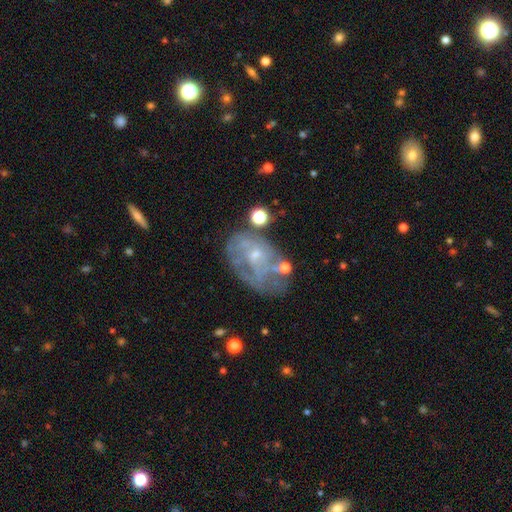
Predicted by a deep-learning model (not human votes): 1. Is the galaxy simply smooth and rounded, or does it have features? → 67% featured or disk, 22% smooth, 11% star or artifact.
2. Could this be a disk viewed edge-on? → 97% no, 3% yes.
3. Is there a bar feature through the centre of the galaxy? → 73% no, 22% weak, 4% strong.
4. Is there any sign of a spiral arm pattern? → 50% no (tied), 50% yes (tied).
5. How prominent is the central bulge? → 71% small, 17% moderate, 10% none, 1% large, 1% dominant.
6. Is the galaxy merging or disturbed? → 43% none, 25% minor disturbance, 23% major disturbance, 9% merger.